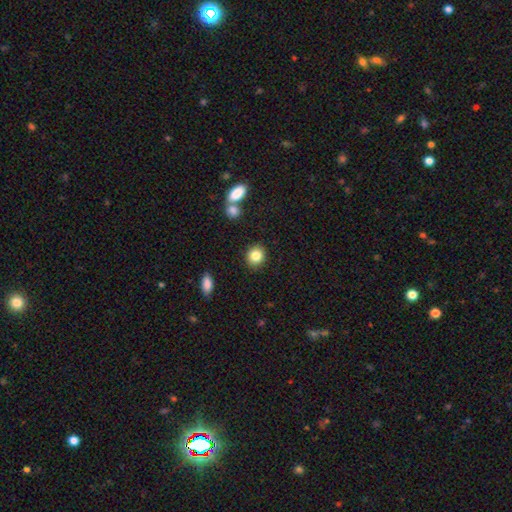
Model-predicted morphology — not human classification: The model was most divided on "how rounded": round: 75%, in between: 24%, cigar-shaped: 1%. More confident: merging — none (87%); smooth or featured — smooth (85%).